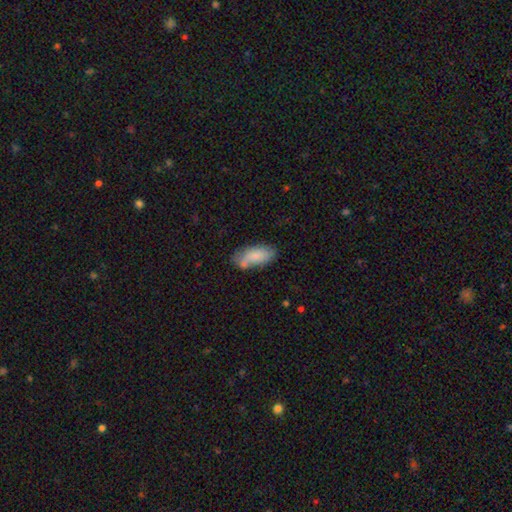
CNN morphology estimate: Smooth or featured? Predicted: smooth (p=0.80). How rounded? Predicted: in between (p=0.86). Merging? Predicted: none (p=0.52).